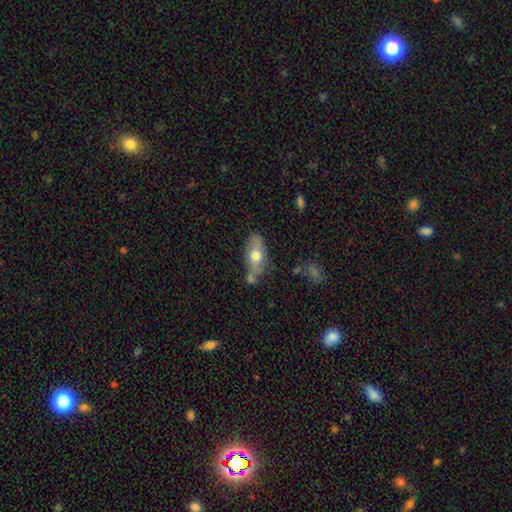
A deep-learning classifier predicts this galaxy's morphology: A smooth galaxy with no disk features (58%) that is in between round and cigar-shaped (84%).

Vote fractions:
- Smooth or featured? smooth: 58% / featured or disk: 34% / star or artifact: 7%
- How rounded? in between: 84% / cigar-shaped: 9% / round: 7%
- Merging? none: 52% / minor disturbance: 25% / merger: 14% / major disturbance: 9%